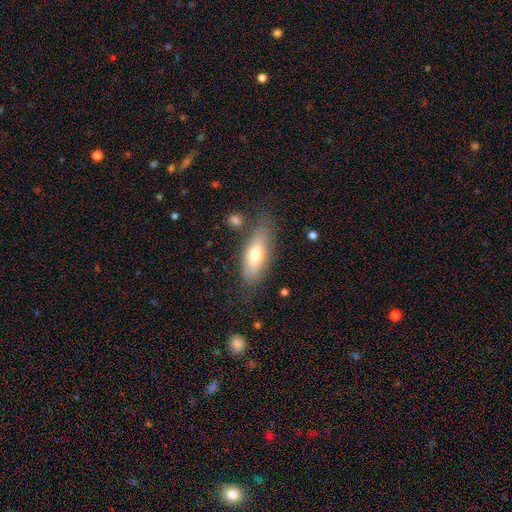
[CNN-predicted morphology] The model was most divided on "how rounded": in between: 66%, cigar-shaped: 31%, round: 3%. More confident: merging — none (72%); smooth or featured — smooth (66%).